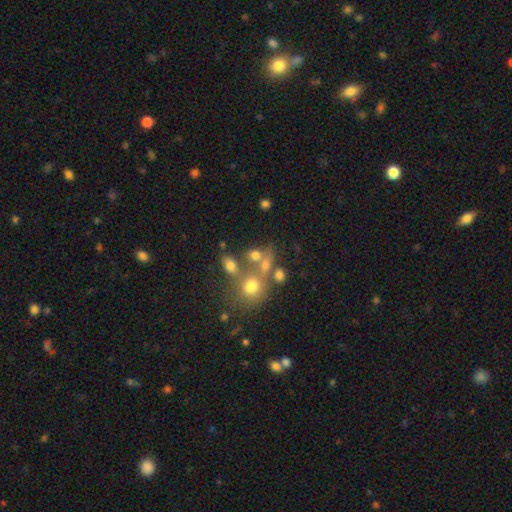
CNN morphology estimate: A smooth galaxy with no disk features (65%) that is round (52%).

Vote fractions:
- Smooth or featured? smooth: 65% / star or artifact: 18% / featured or disk: 18%
- How rounded? round: 52% / in between: 46% / cigar-shaped: 2%
- Merging? merger: 39% (tied) / none: 39% (tied) / minor disturbance: 12% / major disturbance: 10%